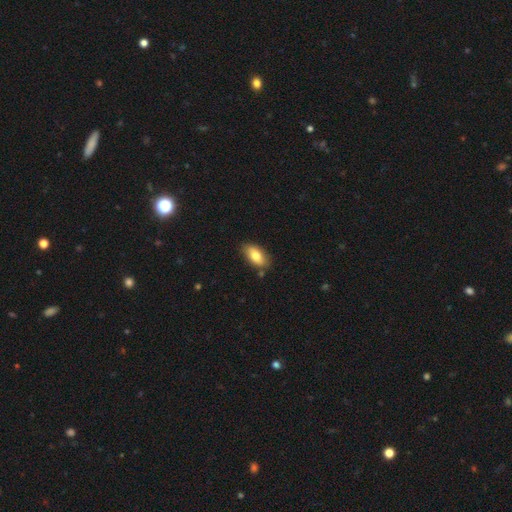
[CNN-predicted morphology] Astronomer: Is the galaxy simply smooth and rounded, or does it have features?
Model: smooth — 79%.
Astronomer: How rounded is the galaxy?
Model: in between — 91%.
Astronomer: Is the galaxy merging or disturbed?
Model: none — 81%.